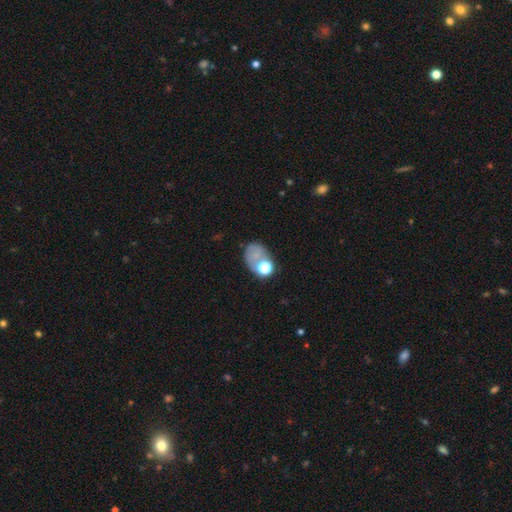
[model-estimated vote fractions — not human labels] Overall: smooth (59%; featured or disk 22%). How rounded: in between (56%; round 43%). Merging: none (38%; merger 22%).